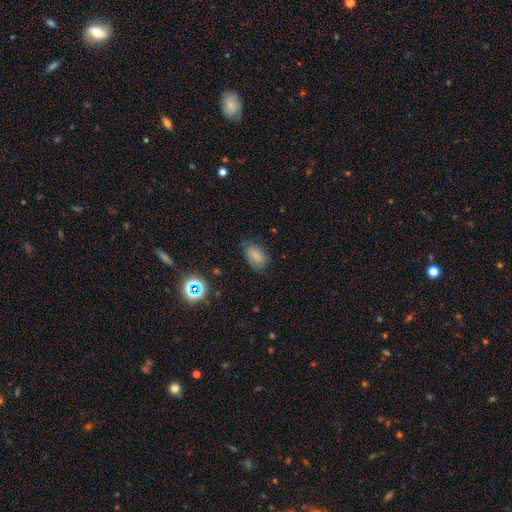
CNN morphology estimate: type=smooth (81%); roundness=in between (91%); merging=none (72%).